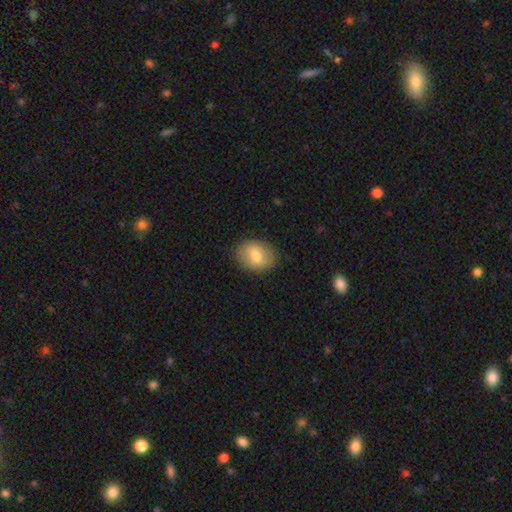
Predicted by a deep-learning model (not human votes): Smooth or featured? Predicted: smooth (p=0.73). How rounded? Predicted: in between (p=0.55). Merging? Predicted: none (p=0.86).